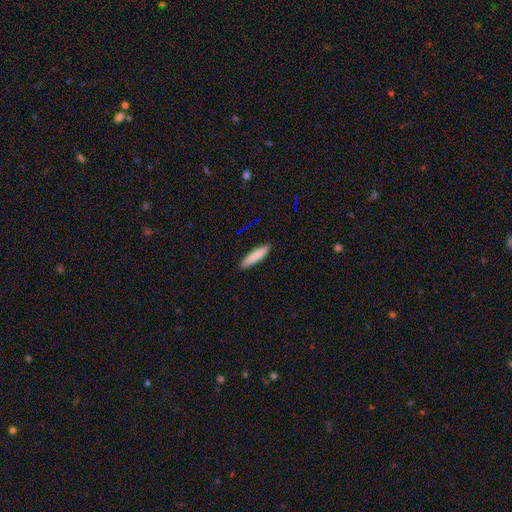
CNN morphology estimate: smooth-or-featured: smooth: 83% | featured or disk: 11% | star or artifact: 6%
  how-rounded: cigar-shaped: 84% | in between: 15% | round: 1%
  merging: none: 90% | minor disturbance: 7% | major disturbance: 2% | merger: 1%